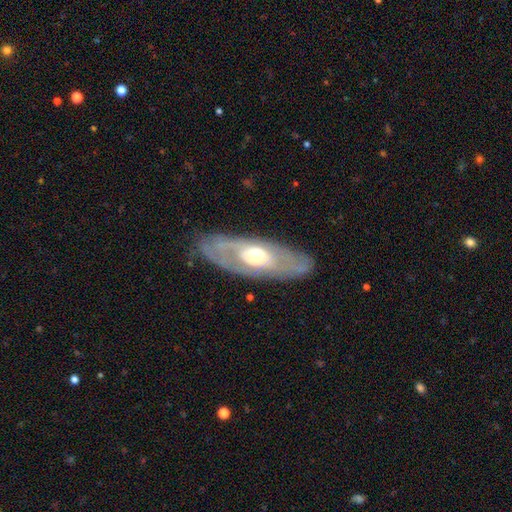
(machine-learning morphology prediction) featured or disk 69%, smooth 25%, star or artifact 5%. Down the decision tree: edge-on disk — no (78%); bar — no (75%); spiral arms — yes (52%); bulge size — moderate (64%); merging — none (80%).